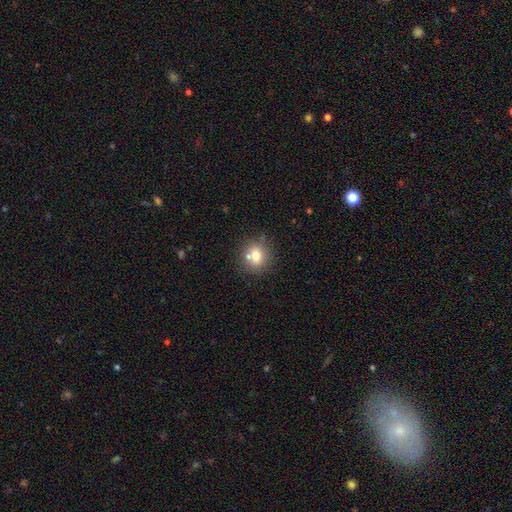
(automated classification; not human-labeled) The model was most divided on "merging": none: 65%, merger: 21%, minor disturbance: 11%, major disturbance: 3%. More confident: how rounded — round (78%); smooth or featured — smooth (72%).